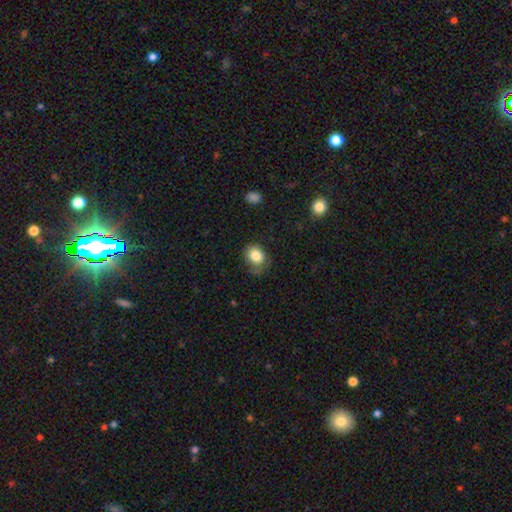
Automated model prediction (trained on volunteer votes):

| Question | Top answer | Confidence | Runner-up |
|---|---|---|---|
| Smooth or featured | smooth | 83% | star or artifact (9%) |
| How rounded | round | 53% | in between (46%) |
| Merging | none | 60% | minor disturbance (28%) |